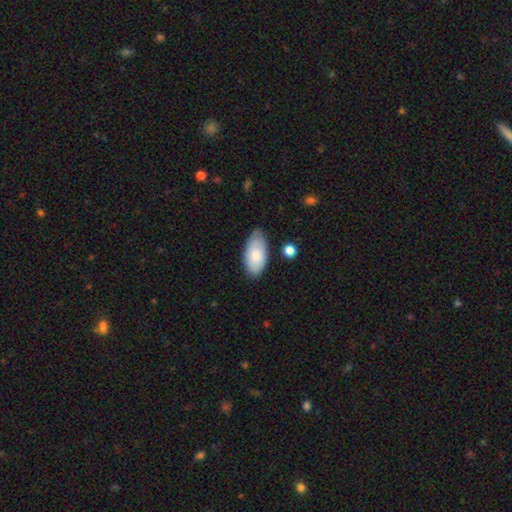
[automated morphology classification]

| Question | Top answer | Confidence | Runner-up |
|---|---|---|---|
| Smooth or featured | smooth | 77% | featured or disk (17%) |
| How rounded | in between | 95% | cigar-shaped (3%) |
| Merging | none | 73% | minor disturbance (21%) |